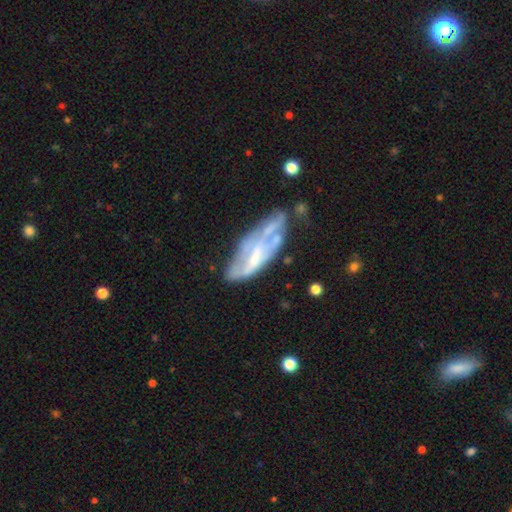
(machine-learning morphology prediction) smooth_or_featured: featured or disk (p=0.66) [alt: smooth p=0.26]
disk_edge_on: no (p=0.84) [alt: yes p=0.16]
bar: no (p=0.53) [alt: weak p=0.30]
has_spiral_arms: no (p=0.53) [alt: yes p=0.47]
bulge_size: small (p=0.39) [alt: none p=0.30]
merging: none (p=0.37) [alt: minor disturbance p=0.27]